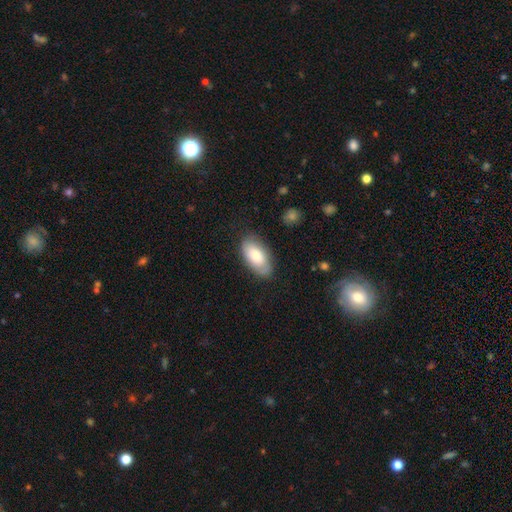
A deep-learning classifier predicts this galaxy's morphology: Q: Smooth or featured?
A: smooth (76%); runner-up: featured or disk (18%)
Q: How rounded?
A: in between (94%); runner-up: cigar-shaped (3%)
Q: Merging?
A: none (79%); runner-up: minor disturbance (16%)